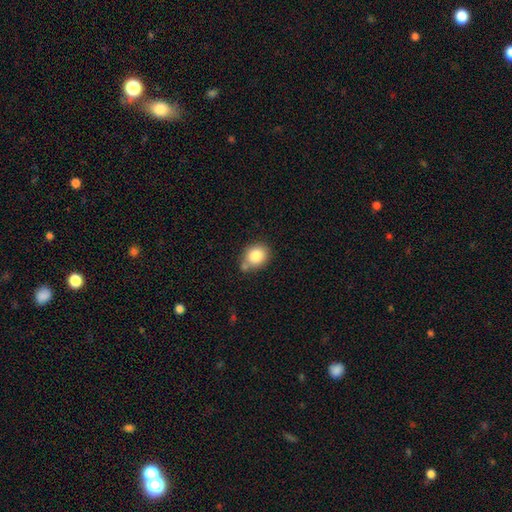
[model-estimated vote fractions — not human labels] This appears to be a smooth galaxy with no disk features (84%) that is round (64%). Merging: none (61%).